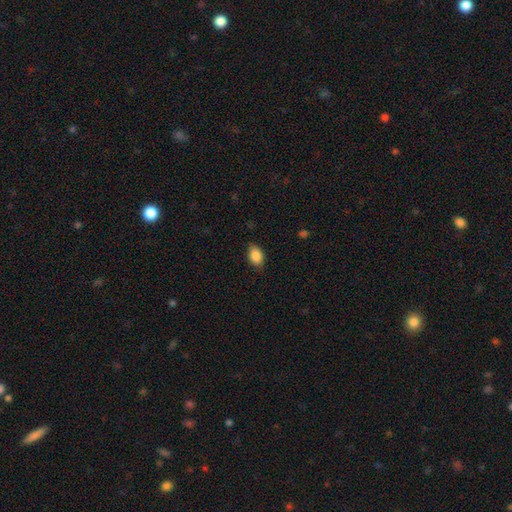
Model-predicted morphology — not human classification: Overall: smooth (88%). How rounded: in between (86%). Merging: none (80%).